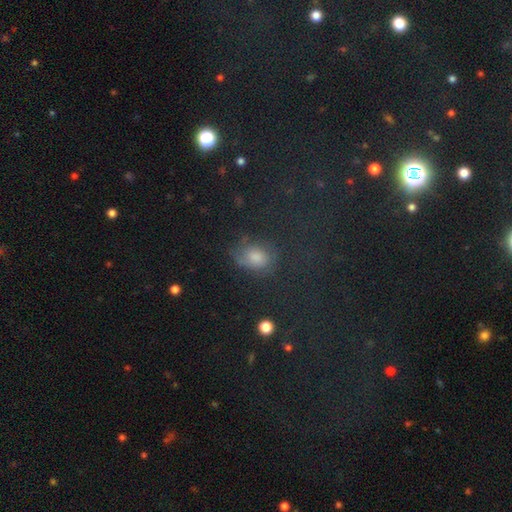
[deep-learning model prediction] Q: Smooth or featured?
A: smooth (60%); runner-up: star or artifact (22%)
Q: How rounded?
A: in between (64%); runner-up: round (34%)
Q: Merging?
A: none (56%); runner-up: minor disturbance (26%)